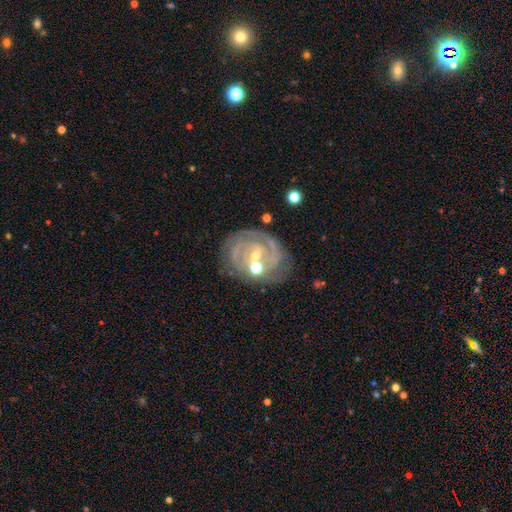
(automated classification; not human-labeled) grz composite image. It shows a featured or disk galaxy (82%) with no bar (48%), 2 (37%) tight (67%) spiral arms (92%) and a small central bulge (59%). Merging: none (67%).